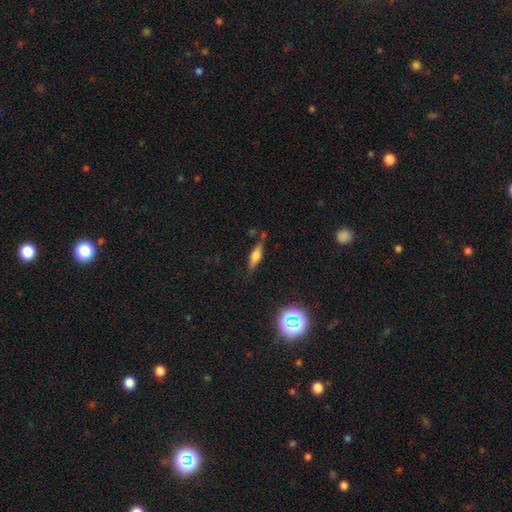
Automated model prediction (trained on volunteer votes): Smooth or featured? Predicted: featured or disk (p=0.45). Merging? Predicted: none (p=0.74).